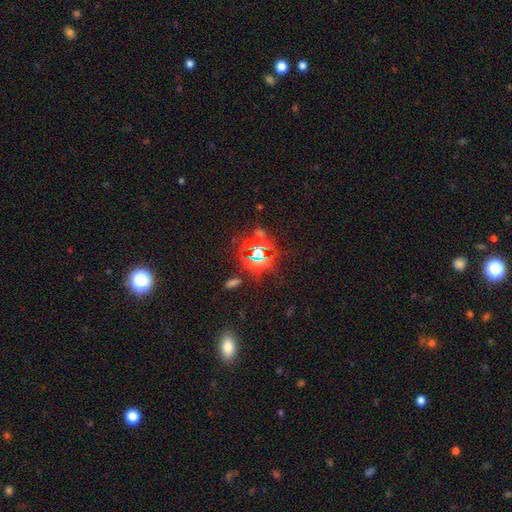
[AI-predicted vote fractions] smooth-or-featured: star or artifact: 76% | smooth: 15% | featured or disk: 9%